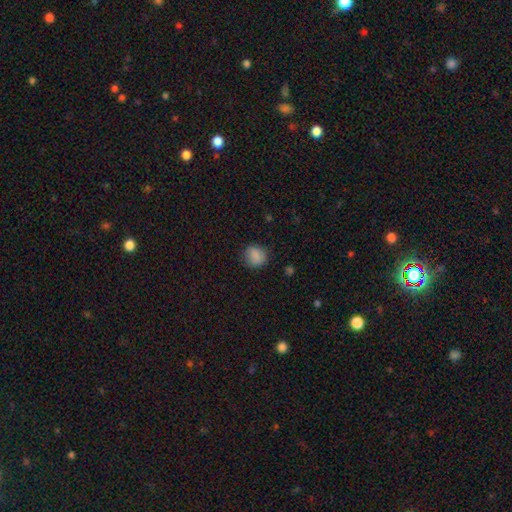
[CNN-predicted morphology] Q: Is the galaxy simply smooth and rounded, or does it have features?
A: smooth — 85%.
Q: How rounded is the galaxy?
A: round — 71%.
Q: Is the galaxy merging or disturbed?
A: none — 79%.